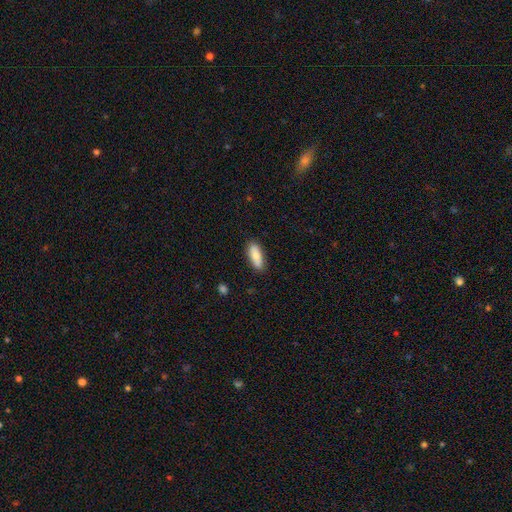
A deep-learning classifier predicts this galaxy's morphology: Overall: smooth (84%). How rounded: in between (64%; cigar-shaped 34%). Merging: none (84%).